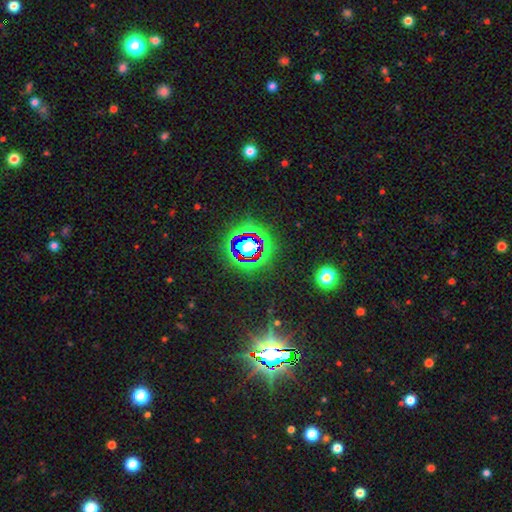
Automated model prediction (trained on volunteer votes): The model was most divided on "smooth or featured": star or artifact: 81%, smooth: 11%, featured or disk: 9%.